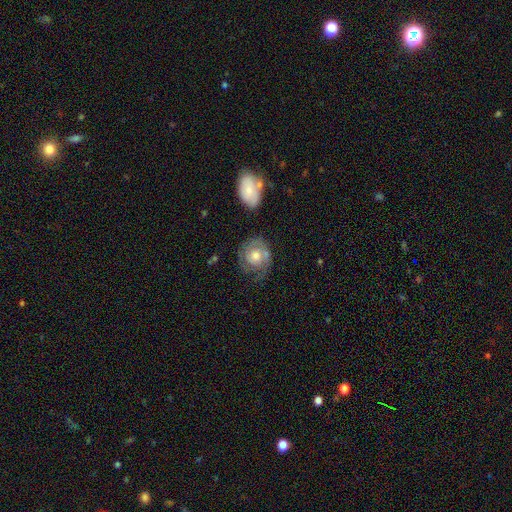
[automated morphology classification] Smooth or featured: featured or disk — 68% (smooth — 26%)
Edge-on disk: no — 97% (yes — 3%)
Bar: no — 79% (weak — 18%)
Spiral arms: yes — 87% (no — 13%)
Spiral winding: tight — 63% (medium — 28%)
Spiral arm count: 2 — 49% (can't tell — 21%)
Bulge size: moderate — 63% (large — 17%)
Merging: none — 59% (minor disturbance — 22%)